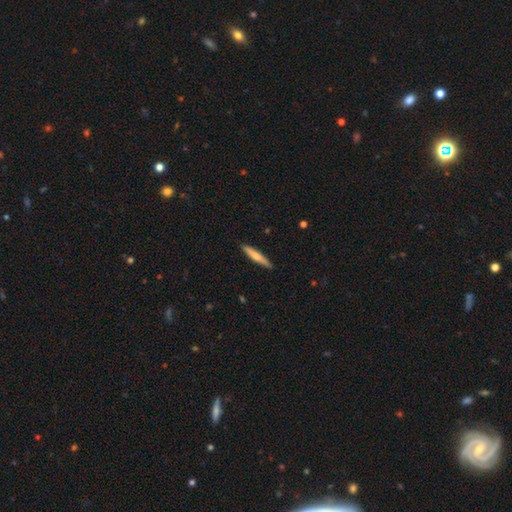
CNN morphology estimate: smooth_or_featured: smooth (p=0.57) [alt: featured or disk p=0.37]
how_rounded: cigar-shaped (p=0.92) [alt: in between p=0.06]
merging: none (p=0.89) [alt: minor disturbance p=0.08]